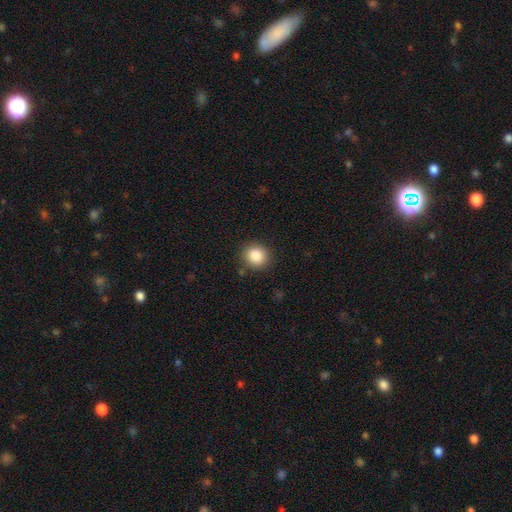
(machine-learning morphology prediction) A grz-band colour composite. It shows a smooth galaxy with no disk features (87%) that is round (84%). Merging: none (87%).